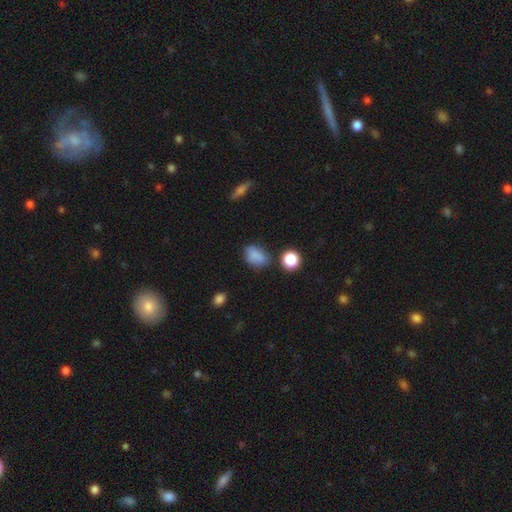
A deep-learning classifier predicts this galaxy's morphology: This is clearly a smooth galaxy (80%). How rounded: likely in between (75%). Merging: likely none (63%).